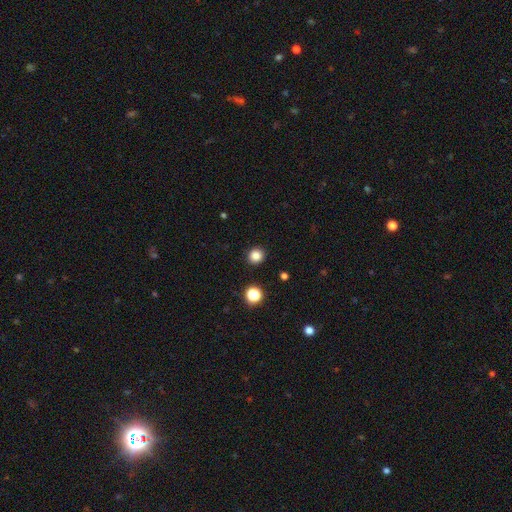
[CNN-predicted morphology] type=smooth (84%); roundness=round (91%); merging=none (92%).